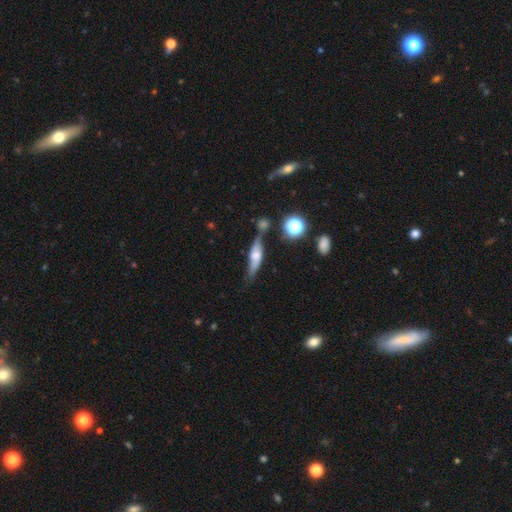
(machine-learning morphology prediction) smooth-or-featured: featured or disk: 50% | smooth: 40% | star or artifact: 9%
  disk-edge-on: yes: 79% | no: 21%
  merging: none: 56% | minor disturbance: 22% | merger: 15% | major disturbance: 8%